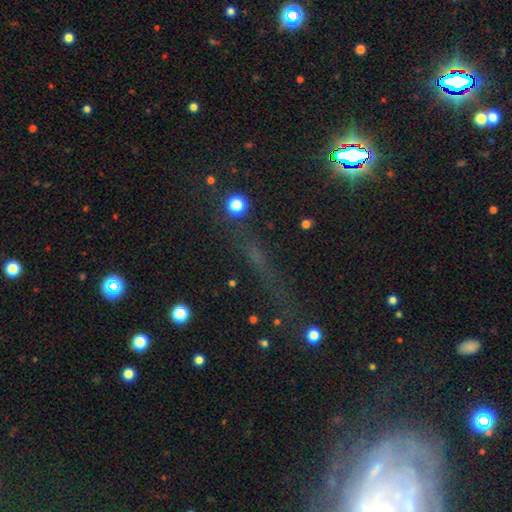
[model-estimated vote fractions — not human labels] Q: Smooth or featured?
A: star or artifact (56%); runner-up: smooth (26%)